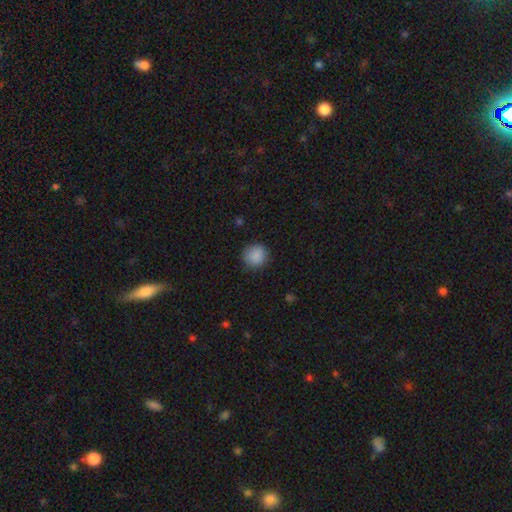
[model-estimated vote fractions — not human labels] Overall: smooth (88%). How rounded: round (90%). Merging: none (87%).